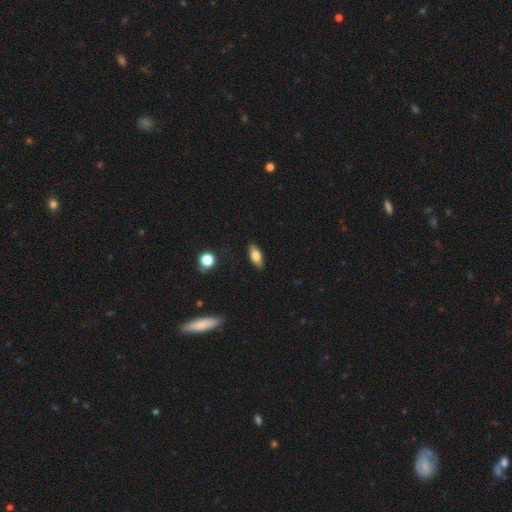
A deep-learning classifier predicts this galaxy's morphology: Overall: smooth (77%). How rounded: in between (81%). Merging: none (86%).